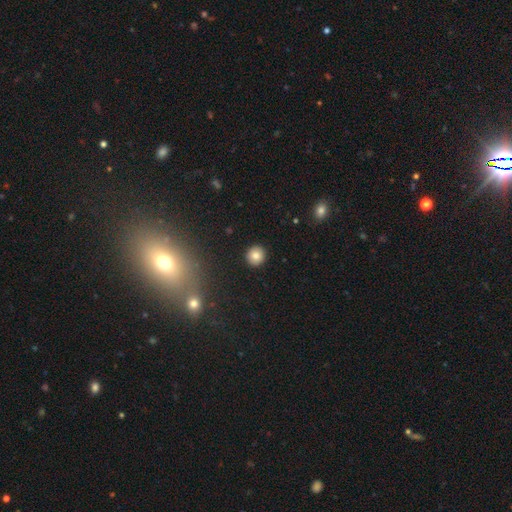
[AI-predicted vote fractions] Overall: smooth (82%). How rounded: round (92%). Merging: none (92%).